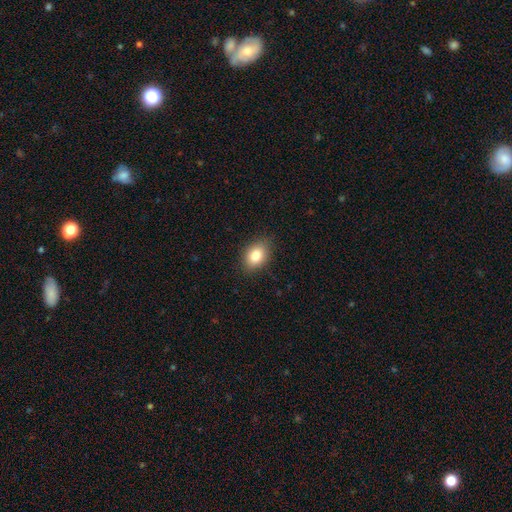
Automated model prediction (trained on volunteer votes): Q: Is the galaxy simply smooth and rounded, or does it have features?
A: smooth — 83%.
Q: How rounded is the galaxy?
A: in between — 79%.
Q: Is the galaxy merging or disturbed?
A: none — 86%.